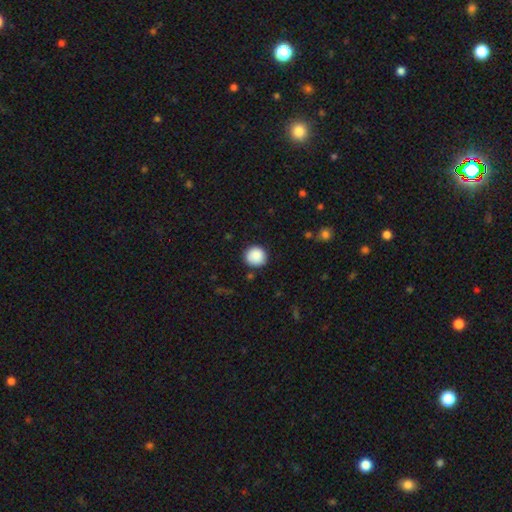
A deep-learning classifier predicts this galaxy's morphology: The model was most divided on "merging": none: 88%, minor disturbance: 8%, major disturbance: 2%, merger: 1%. More confident: how rounded — round (93%); smooth or featured — smooth (89%).